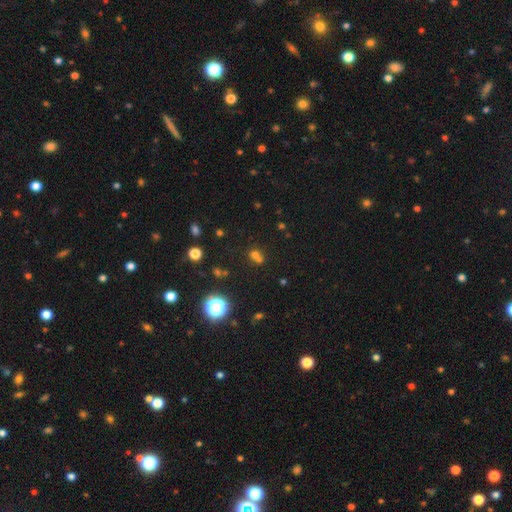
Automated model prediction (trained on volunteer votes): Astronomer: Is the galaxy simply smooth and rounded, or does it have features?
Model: smooth — 56% (runner-up: star or artifact, 31%).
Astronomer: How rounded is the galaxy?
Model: round — 79%.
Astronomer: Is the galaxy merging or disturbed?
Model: merger — 45%, tied with none at 45%.